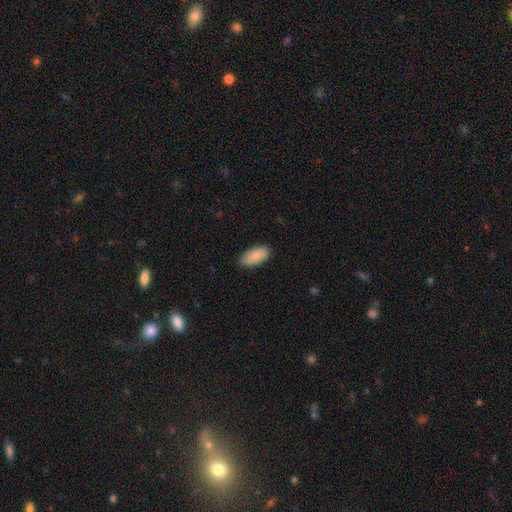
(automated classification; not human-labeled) This is clearly a smooth galaxy (84%). How rounded: clearly in between (93%). Merging: clearly none (83%).